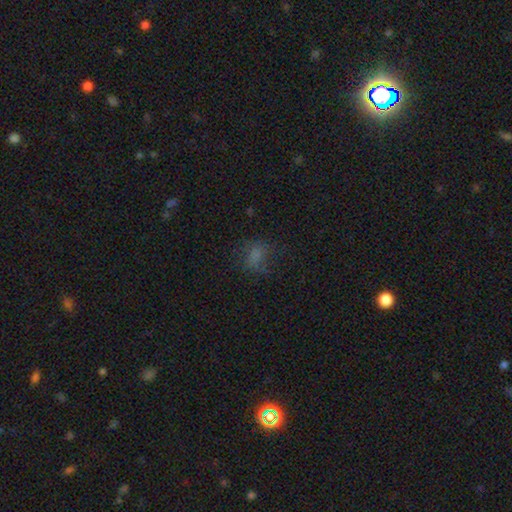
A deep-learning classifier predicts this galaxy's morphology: A smooth galaxy with no disk features (65%) that is in between round and cigar-shaped (54%).

Vote fractions:
- Smooth or featured? smooth: 65% / star or artifact: 21% / featured or disk: 14%
- How rounded? in between: 54% / round: 45% / cigar-shaped: 2%
- Merging? none: 57% / minor disturbance: 22% / major disturbance: 20% / merger: 2%